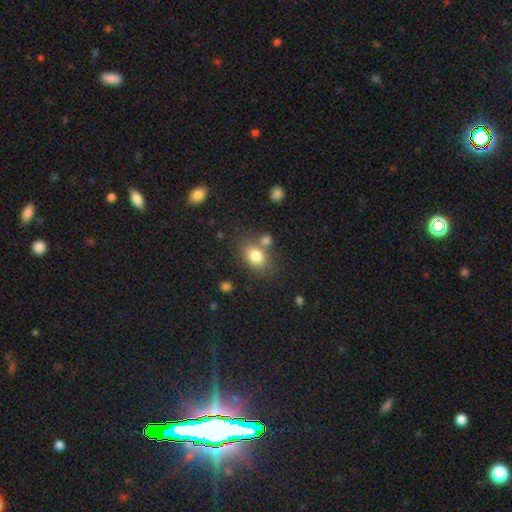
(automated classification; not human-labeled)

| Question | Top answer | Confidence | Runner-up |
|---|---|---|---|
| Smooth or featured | smooth | 80% | star or artifact (10%) |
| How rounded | in between | 68% | round (31%) |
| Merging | none | 62% | merger (20%) |